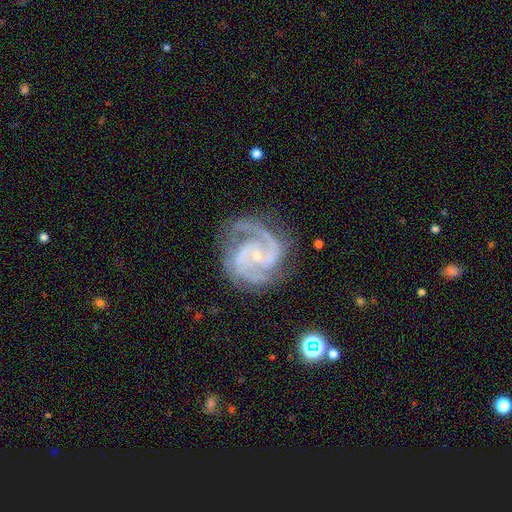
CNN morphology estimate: smooth-or-featured: featured or disk: 92% | star or artifact: 5% | smooth: 3%
  disk-edge-on: no: 98% | yes: 2%
    bar: no: 58% | weak: 30% | strong: 12%
    has-spiral-arms: yes: 99% | no: 1%
      spiral-winding: tight: 50% | medium: 45% | loose: 5%
      spiral-arm-count: 2: 60% | 3: 24% | can't tell: 5% | 4: 4% | 1: 3% | more than 4: 3%
    bulge-size: small: 81% | moderate: 15% | none: 3% | large: 1% | dominant: 1%
  merging: none: 73% | minor disturbance: 18% | major disturbance: 7% | merger: 2%